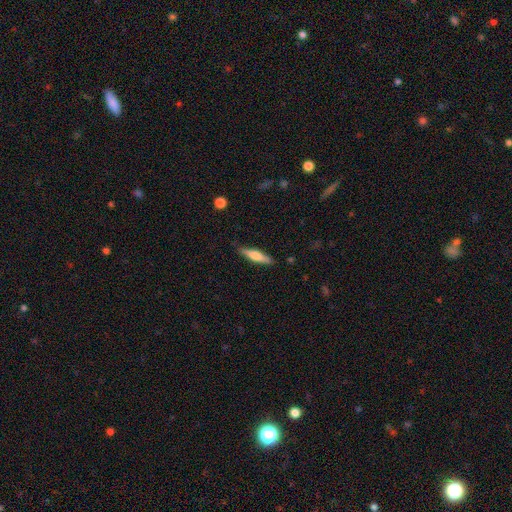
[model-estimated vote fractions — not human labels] smooth-or-featured: smooth: 56% | featured or disk: 38% | star or artifact: 6%
  how-rounded: cigar-shaped: 79% | in between: 19% | round: 2%
  merging: none: 87% | minor disturbance: 10% | major disturbance: 2% | merger: 1%